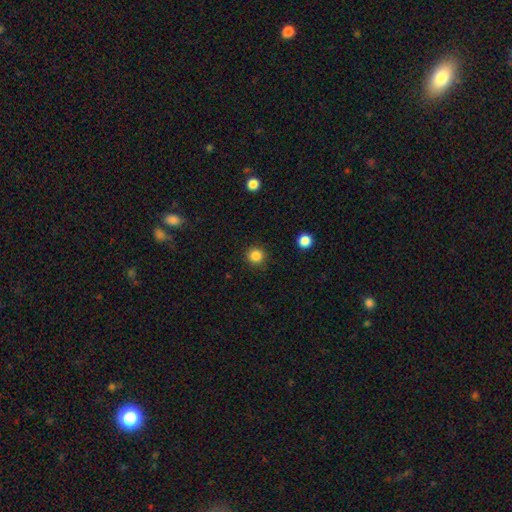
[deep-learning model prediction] smooth 84%, star or artifact 12%, featured or disk 4%. Down the decision tree: how rounded — round (94%); merging — none (91%).